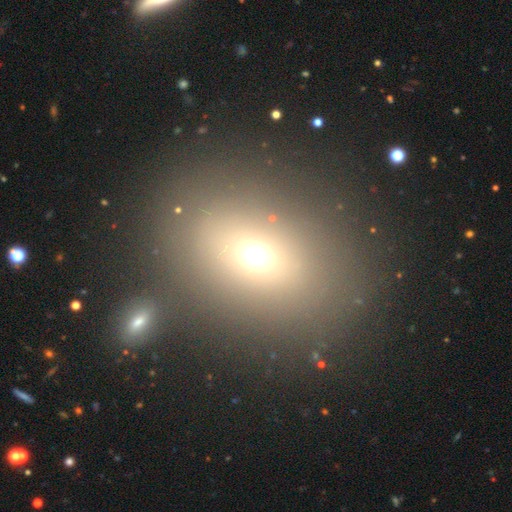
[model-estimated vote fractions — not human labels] This is likely a smooth galaxy (65%). How rounded: possibly in between (59%). Merging: likely none (73%).